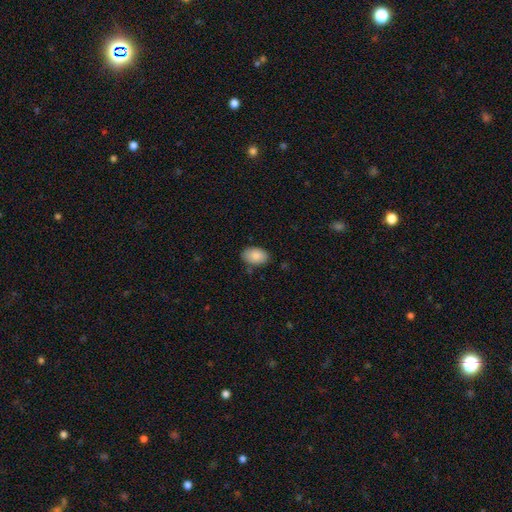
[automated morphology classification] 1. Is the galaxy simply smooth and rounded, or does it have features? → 87% smooth, 7% star or artifact, 7% featured or disk.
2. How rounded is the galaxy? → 90% in between, 9% round, 1% cigar-shaped.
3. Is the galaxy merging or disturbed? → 81% none, 14% minor disturbance, 3% major disturbance, 2% merger.